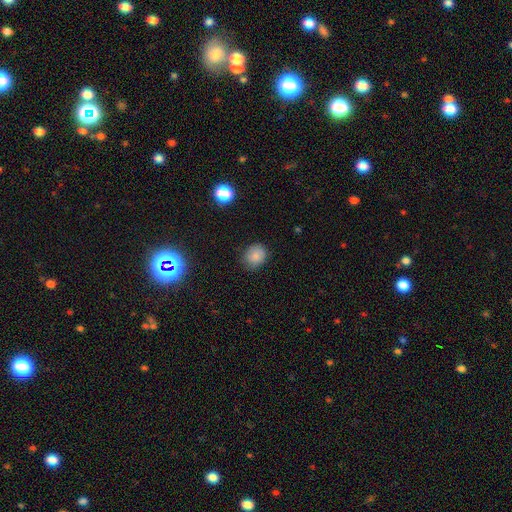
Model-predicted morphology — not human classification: This appears to be a smooth galaxy with no disk features (79%) that is round (65%). Merging: none (80%).